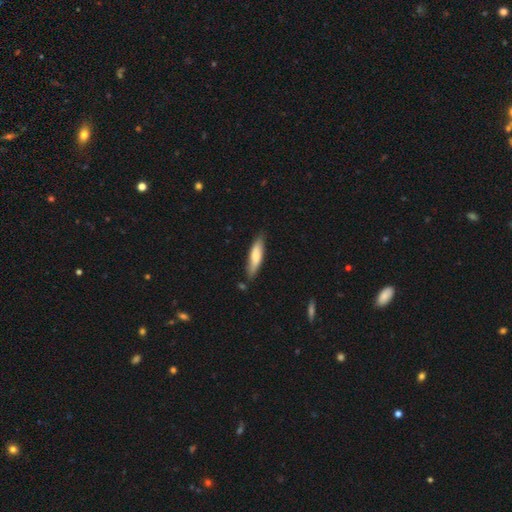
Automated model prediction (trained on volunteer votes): This is likely a smooth galaxy (68%). How rounded: likely cigar-shaped (69%). Merging: likely none (79%).